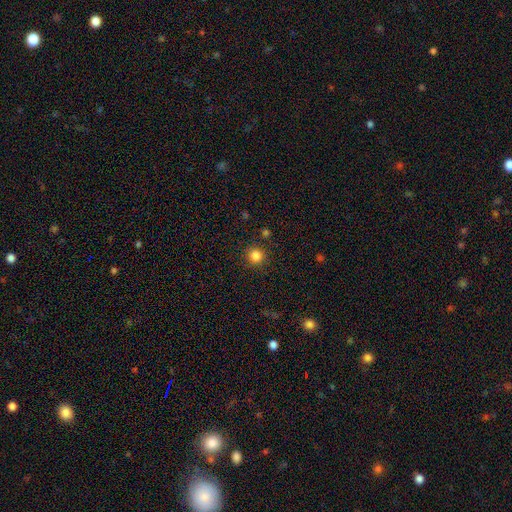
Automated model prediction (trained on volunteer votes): The model was most divided on "smooth or featured": smooth: 84%, star or artifact: 12%, featured or disk: 4%. More confident: how rounded — round (94%); merging — none (89%).